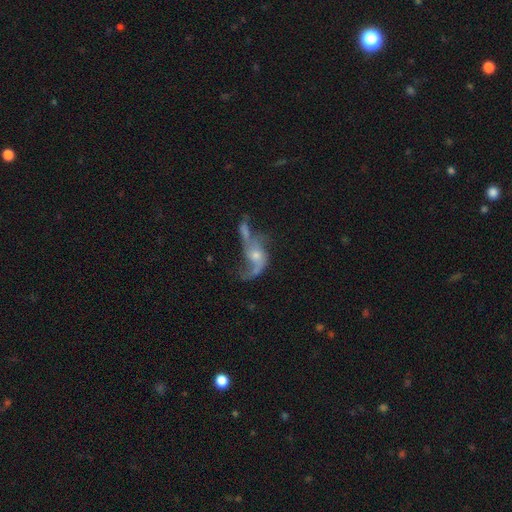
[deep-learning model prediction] Smooth or featured? featured or disk (78%)
Edge-on disk? no (96%)
Bar? no (68%)
Spiral arms? yes (86%)
Spiral winding? loose (80%)
Spiral arm count? 2 (72%)
Bulge size? small (45%)
Merging? merger (29%, tied with none)